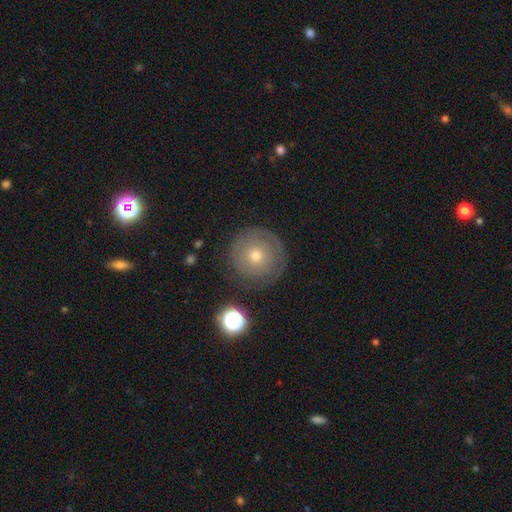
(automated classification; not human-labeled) Smooth or featured?
  - smooth: 48% *
  - featured or disk: 41%
  - star or artifact: 11%
Merging?
  - none: 82% *
  - minor disturbance: 11%
  - major disturbance: 5%
  - merger: 2%